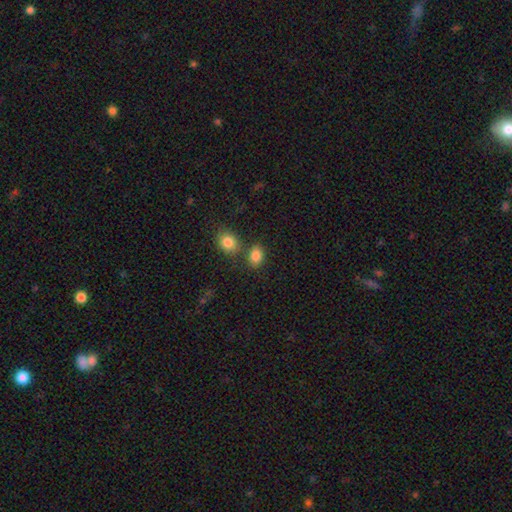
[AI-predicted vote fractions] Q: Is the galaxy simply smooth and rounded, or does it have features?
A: smooth — 85%.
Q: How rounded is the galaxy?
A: in between — 70%.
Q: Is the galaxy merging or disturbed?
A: none — 64%.